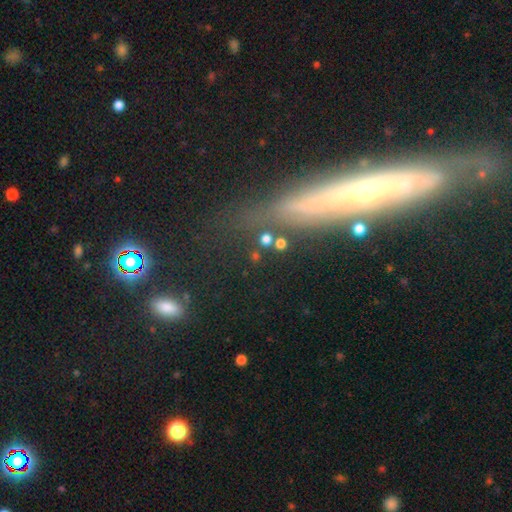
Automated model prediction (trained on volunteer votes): A smooth galaxy with no disk features (48%). Merging: none (68%).